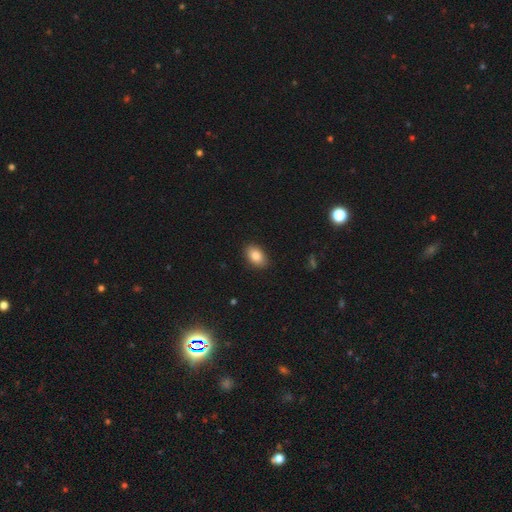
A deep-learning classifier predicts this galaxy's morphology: smooth_or_featured: smooth (p=0.86) [alt: star or artifact p=0.08]
how_rounded: in between (p=0.89) [alt: round p=0.09]
merging: none (p=0.88) [alt: minor disturbance p=0.09]